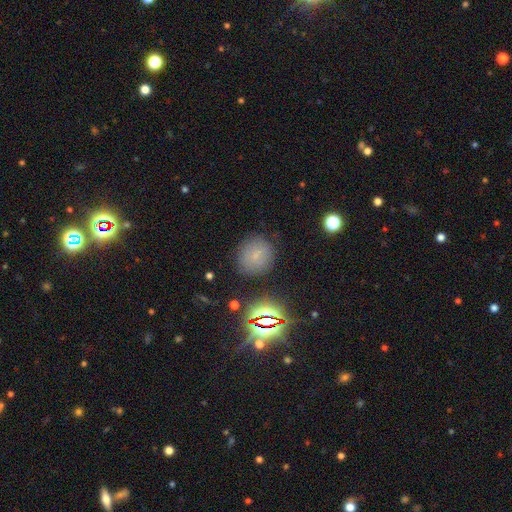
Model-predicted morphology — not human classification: smooth_or_featured: smooth (p=0.66) [alt: star or artifact p=0.22]
how_rounded: round (p=0.86) [alt: in between p=0.13]
merging: none (p=0.85) [alt: minor disturbance p=0.10]